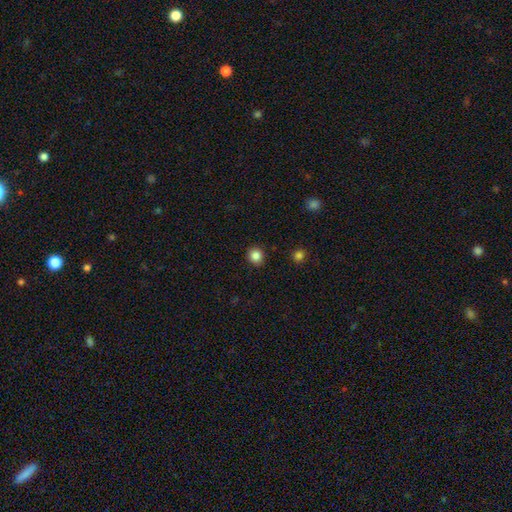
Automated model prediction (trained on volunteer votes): Smooth or featured: smooth — 84% (star or artifact — 11%)
How rounded: round — 87% (in between — 12%)
Merging: none — 91% (minor disturbance — 6%)